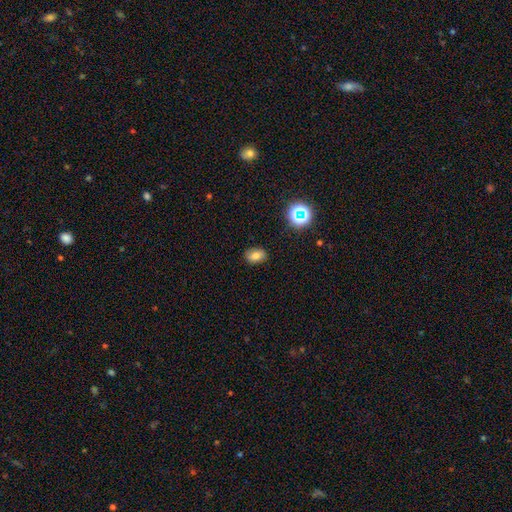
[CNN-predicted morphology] type=smooth (76%); roundness=in between (78%); merging=none (86%).